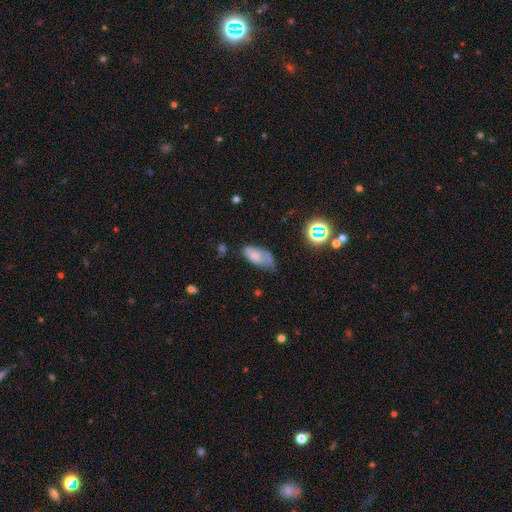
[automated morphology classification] This is likely a smooth galaxy (64%). How rounded: clearly in between (90%). Merging: marginally minor disturbance (40%).